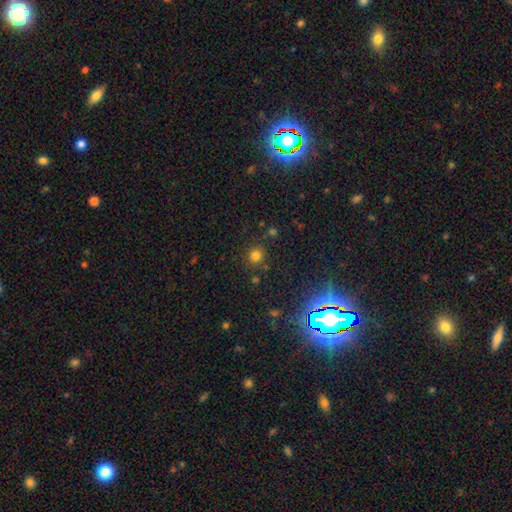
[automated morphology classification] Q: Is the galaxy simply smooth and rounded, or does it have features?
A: smooth — 75%.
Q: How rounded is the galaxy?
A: round — 91%.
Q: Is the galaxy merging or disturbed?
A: none — 83%.